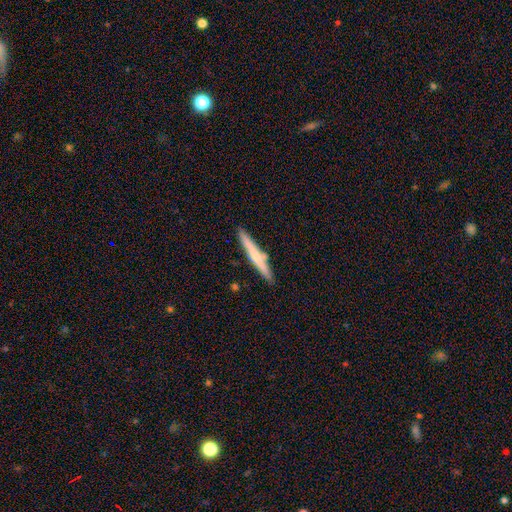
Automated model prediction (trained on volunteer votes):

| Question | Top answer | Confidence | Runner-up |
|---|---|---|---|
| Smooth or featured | smooth | 57% | featured or disk (38%) |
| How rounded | cigar-shaped | 96% | in between (3%) |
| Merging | none | 87% | minor disturbance (8%) |